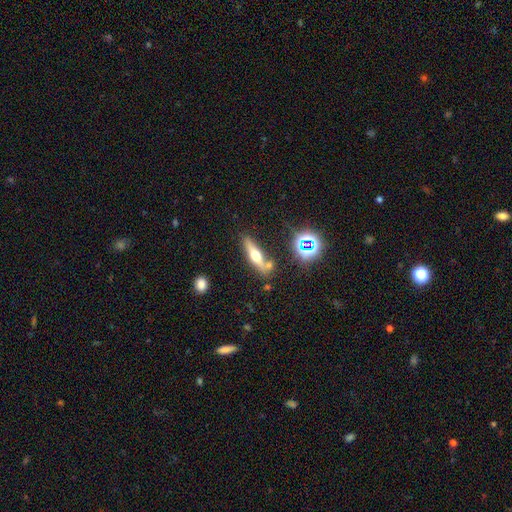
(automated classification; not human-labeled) Smooth or featured: featured or disk — 53% (smooth — 35%)
Edge-on disk: yes — 90% (no — 10%)
Merging: none — 73% (minor disturbance — 12%)